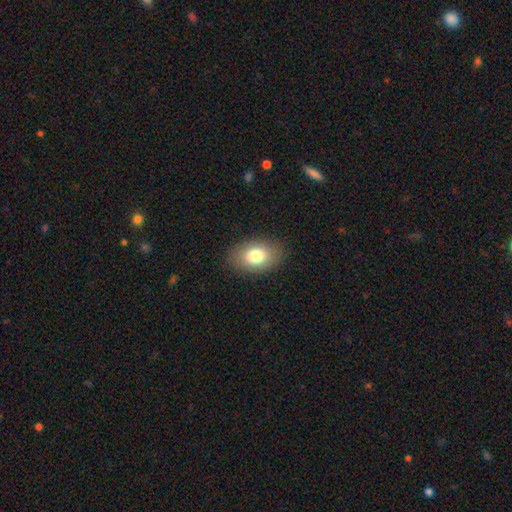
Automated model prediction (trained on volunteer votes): Smooth or featured? Predicted: smooth (p=0.80). How rounded? Predicted: in between (p=0.86). Merging? Predicted: none (p=0.87).